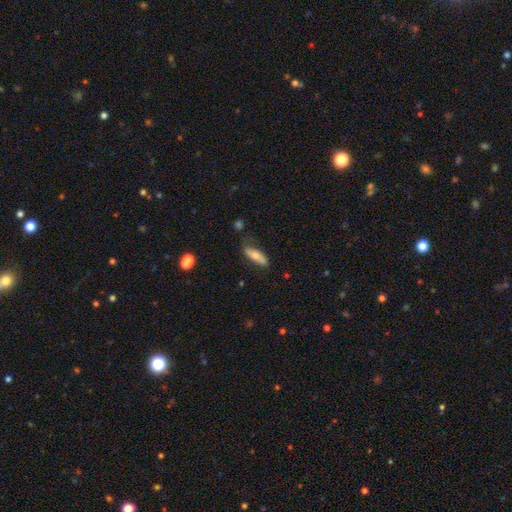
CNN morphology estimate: type=smooth (71%); roundness=cigar-shaped (50%); merging=none (70%).